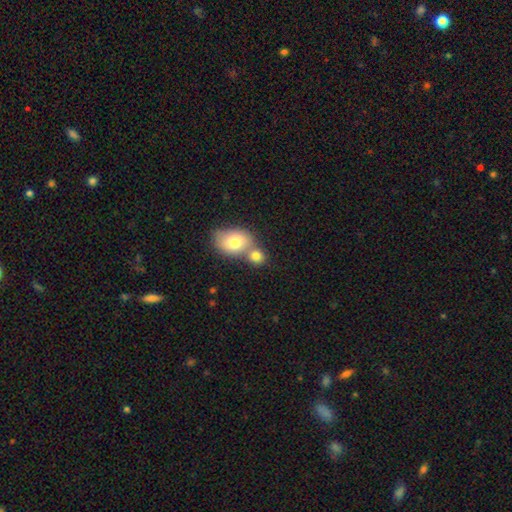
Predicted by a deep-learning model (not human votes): The model was most divided on "merging": merger: 53%, none: 37%, minor disturbance: 7%, major disturbance: 3%. More confident: smooth or featured — smooth (79%); how rounded — round (61%).